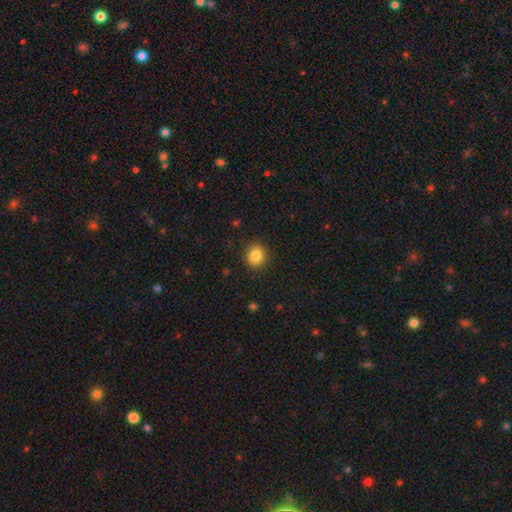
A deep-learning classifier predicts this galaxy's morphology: A smooth galaxy with no disk features (86%) that is round (76%). Merging: none (88%).